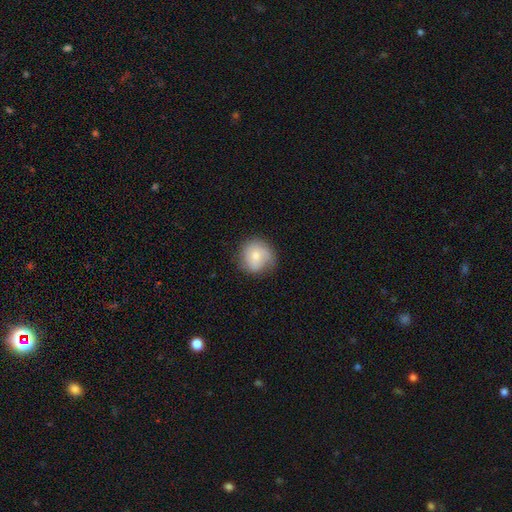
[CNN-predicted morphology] Smooth or featured: smooth — 65% (featured or disk — 27%)
How rounded: round — 90% (in between — 9%)
Merging: none — 74% (minor disturbance — 19%)